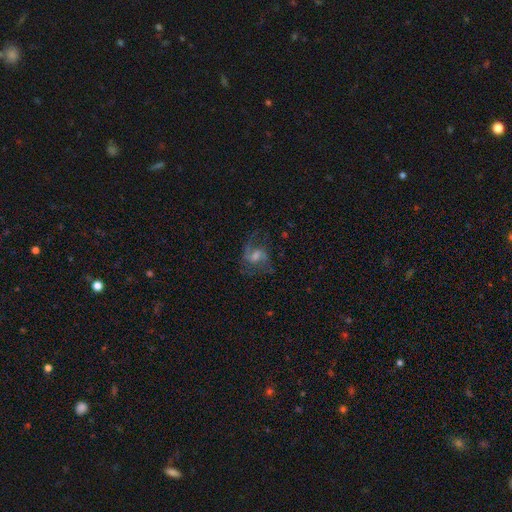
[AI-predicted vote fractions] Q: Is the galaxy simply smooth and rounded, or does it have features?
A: featured or disk — 72%.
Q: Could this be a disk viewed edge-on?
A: no — 97%.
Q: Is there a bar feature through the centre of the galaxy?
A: weak — 53%.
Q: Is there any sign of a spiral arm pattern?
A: yes — 89%.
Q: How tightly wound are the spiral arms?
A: loose — 50%.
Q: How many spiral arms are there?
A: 2 — 75%.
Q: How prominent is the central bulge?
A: moderate — 44%.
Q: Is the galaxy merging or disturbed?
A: none — 55%.